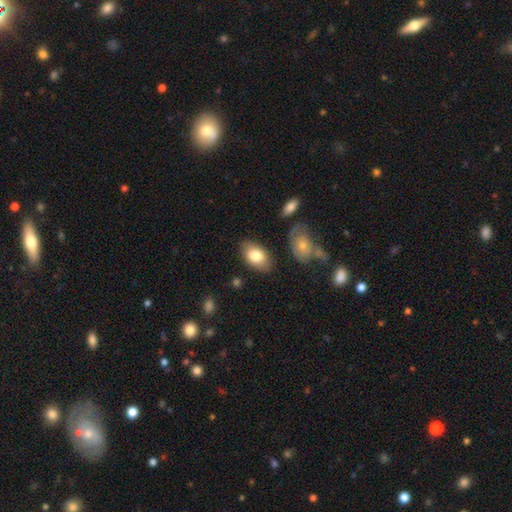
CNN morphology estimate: Smooth or featured? smooth (79%)
How rounded? in between (92%)
Merging? none (80%)